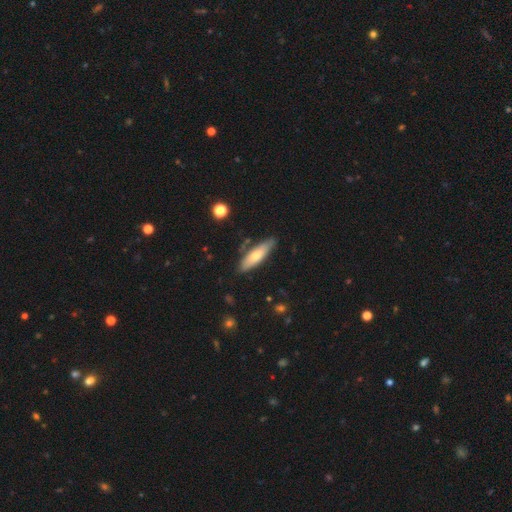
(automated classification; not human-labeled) smooth_or_featured: smooth (p=0.63) [alt: featured or disk p=0.31]
how_rounded: cigar-shaped (p=0.53) [alt: in between p=0.45]
merging: none (p=0.78) [alt: minor disturbance p=0.16]